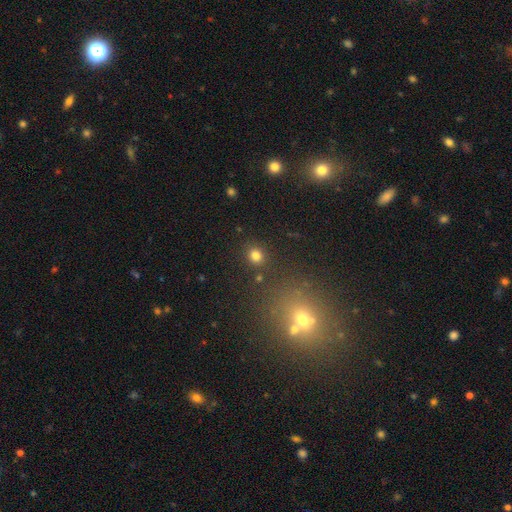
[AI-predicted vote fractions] Q: Smooth or featured?
A: smooth (80%); runner-up: star or artifact (15%)
Q: How rounded?
A: round (81%); runner-up: in between (18%)
Q: Merging?
A: none (85%); runner-up: minor disturbance (8%)